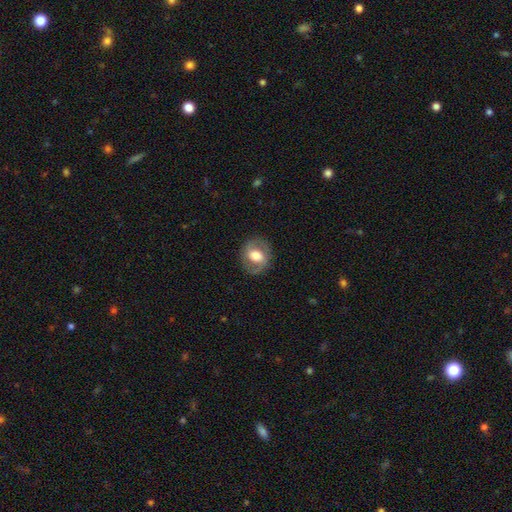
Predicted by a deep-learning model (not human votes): A featured or disk galaxy (48%). Merging: none (82%).